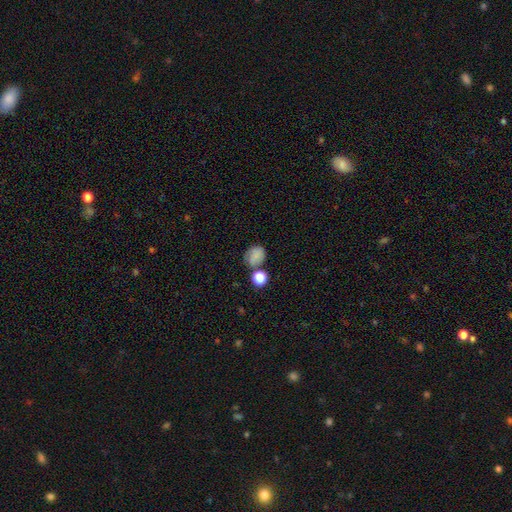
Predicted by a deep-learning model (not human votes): Q: Smooth or featured?
A: smooth (75%); runner-up: star or artifact (13%)
Q: How rounded?
A: round (61%); runner-up: in between (38%)
Q: Merging?
A: none (52%); runner-up: minor disturbance (20%)